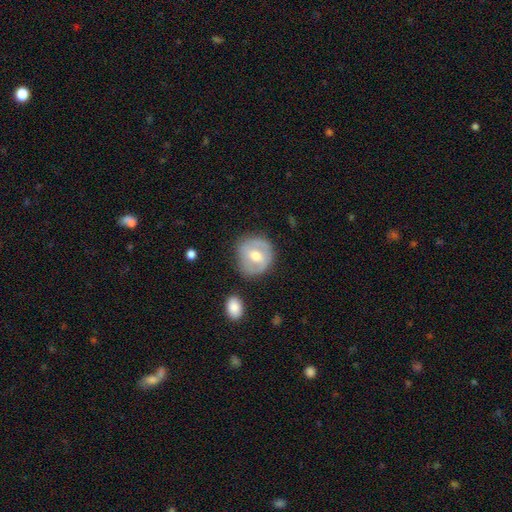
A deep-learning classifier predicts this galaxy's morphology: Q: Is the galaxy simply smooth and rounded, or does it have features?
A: featured or disk — 54%.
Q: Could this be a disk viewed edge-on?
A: no — 96%.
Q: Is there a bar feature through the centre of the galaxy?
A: weak — 48%.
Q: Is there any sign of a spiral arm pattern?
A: yes — 58%.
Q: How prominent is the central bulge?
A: moderate — 72%.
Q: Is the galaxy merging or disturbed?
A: none — 75%.